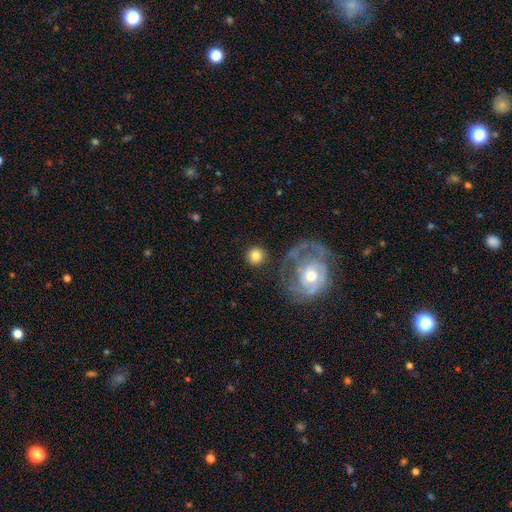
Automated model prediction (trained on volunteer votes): smooth-or-featured: smooth: 76% | featured or disk: 17% | star or artifact: 7%
  how-rounded: round: 91% | in between: 8% | cigar-shaped: 1%
  merging: none: 81% | minor disturbance: 9% | major disturbance: 5% | merger: 5%